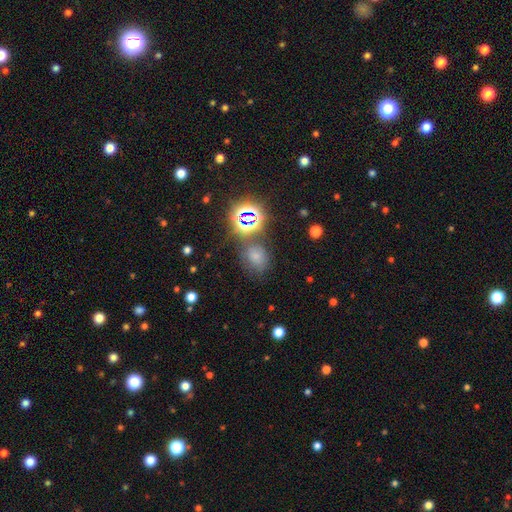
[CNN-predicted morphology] This appears to be a smooth galaxy with no disk features (59%) that is in between round and cigar-shaped (52%). Merging: none (65%).